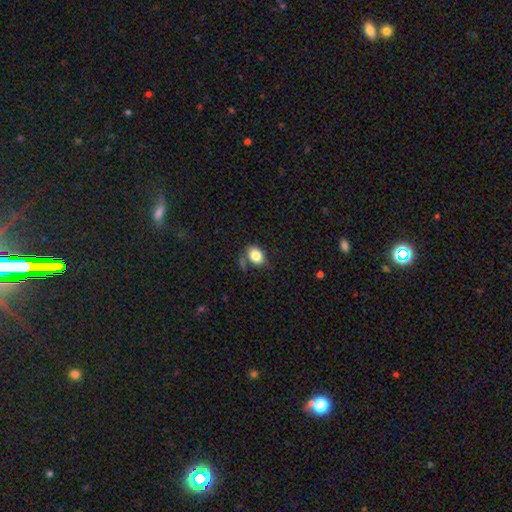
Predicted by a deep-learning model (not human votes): This appears to be a smooth galaxy with no disk features (84%) that is in between round and cigar-shaped (72%). Merging: none (65%).